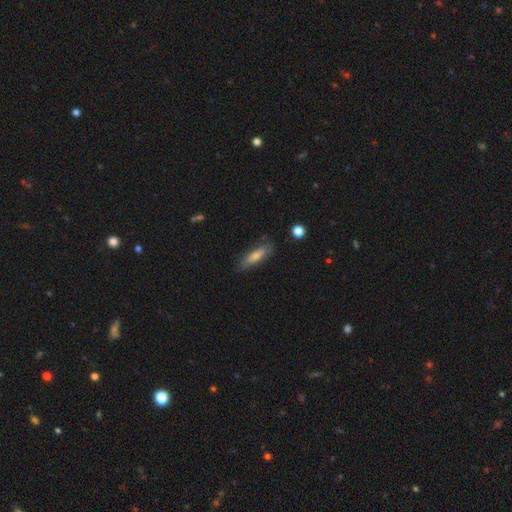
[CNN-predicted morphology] smooth-or-featured: smooth: 60% | featured or disk: 32% | star or artifact: 9%
  how-rounded: cigar-shaped: 53% | in between: 45% | round: 2%
  merging: none: 77% | minor disturbance: 17% | major disturbance: 4% | merger: 2%